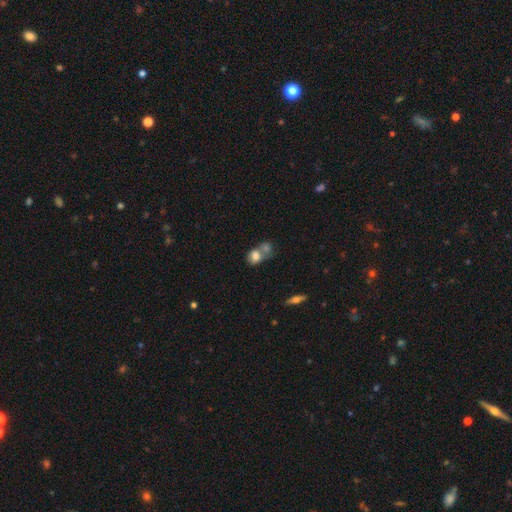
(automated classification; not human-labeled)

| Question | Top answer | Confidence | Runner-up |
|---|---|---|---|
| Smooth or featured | smooth | 77% | featured or disk (14%) |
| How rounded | in between | 59% | round (39%) |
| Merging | merger | 58% | none (27%) |